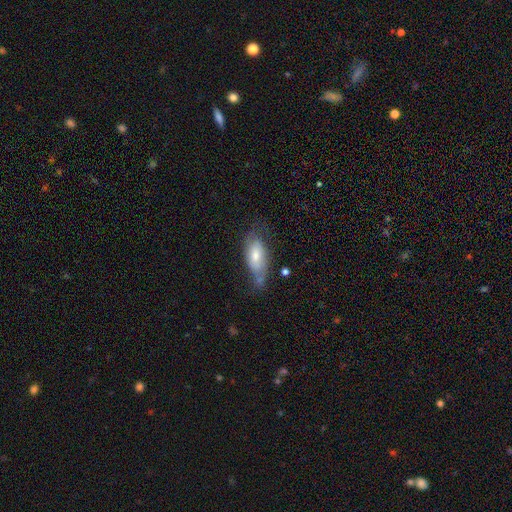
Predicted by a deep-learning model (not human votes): This is likely a smooth galaxy (61%). How rounded: clearly in between (84%). Merging: marginally none (45%).